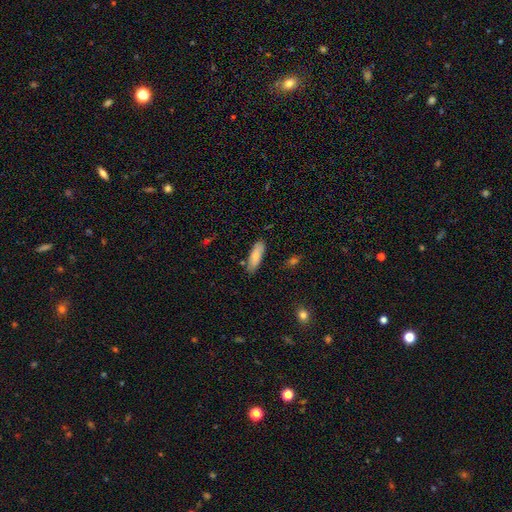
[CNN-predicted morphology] This is clearly a smooth galaxy (80%). How rounded: possibly in between (58%). Merging: clearly none (83%).